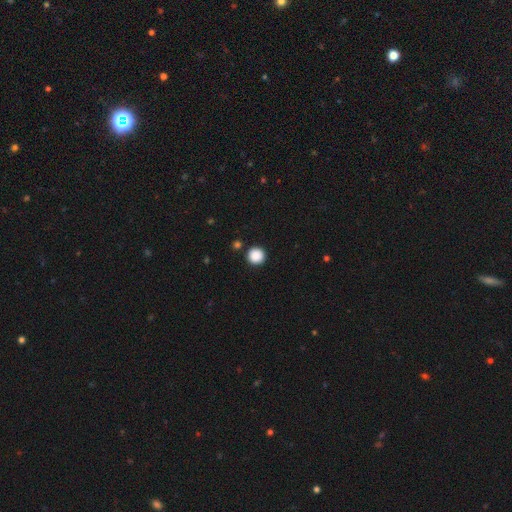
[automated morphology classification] Overall: smooth (88%). How rounded: round (96%). Merging: none (91%).